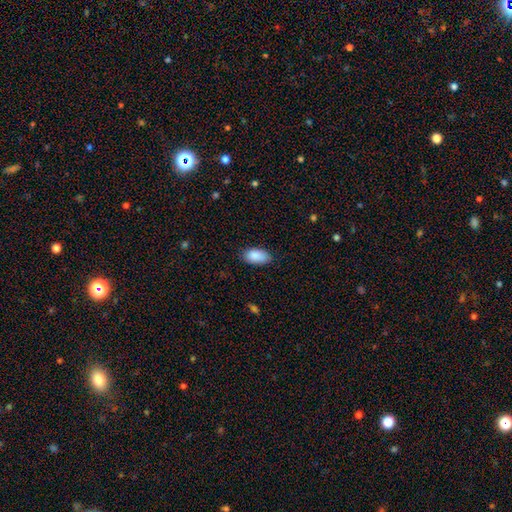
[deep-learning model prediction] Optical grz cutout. It shows a smooth galaxy with no disk features (89%) that is in between round and cigar-shaped (94%). Merging: none (80%).